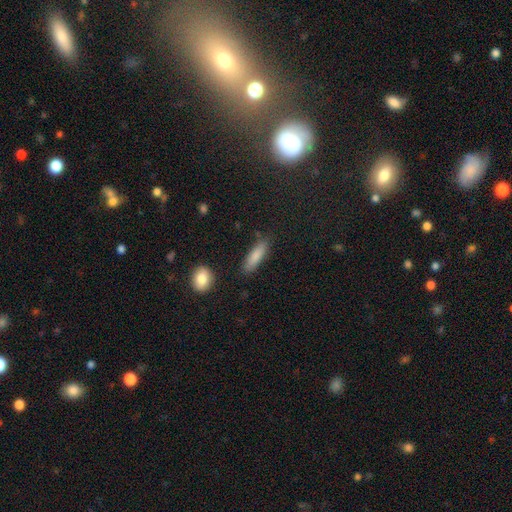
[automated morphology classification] The model was most divided on "how rounded": cigar-shaped: 60%, in between: 38%, round: 2%. More confident: smooth or featured — smooth (84%); merging — none (83%).